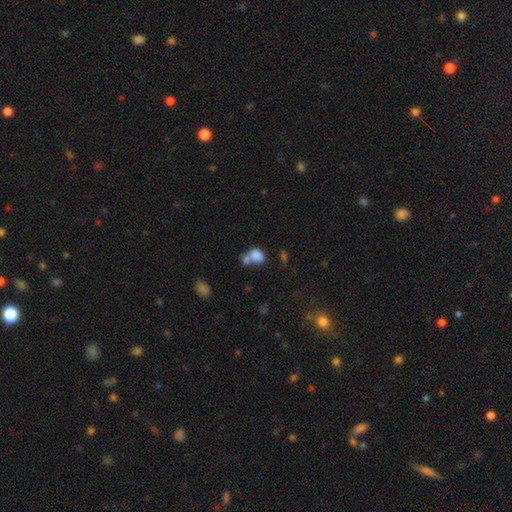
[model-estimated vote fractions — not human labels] smooth-or-featured: smooth: 81% | star or artifact: 10% | featured or disk: 9%
  how-rounded: in between: 65% | round: 34% | cigar-shaped: 1%
  merging: merger: 52% | none: 32% | minor disturbance: 10% | major disturbance: 6%